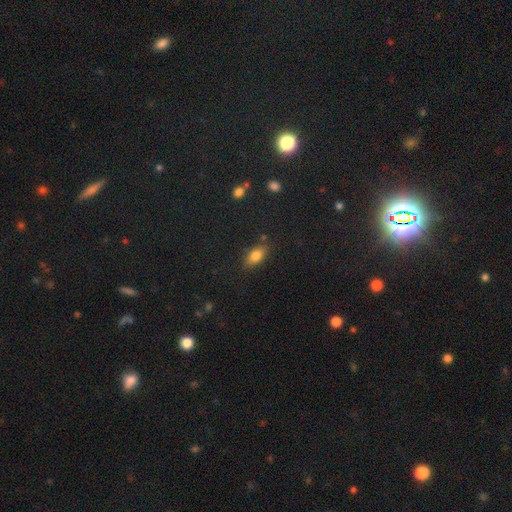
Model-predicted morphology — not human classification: This is likely a smooth galaxy (79%). How rounded: clearly in between (85%). Merging: clearly none (81%).